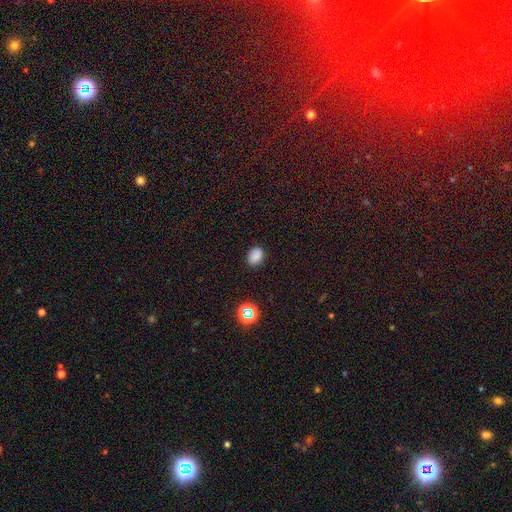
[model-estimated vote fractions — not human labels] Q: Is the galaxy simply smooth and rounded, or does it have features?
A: smooth — 80%.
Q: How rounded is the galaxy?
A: in between — 63%.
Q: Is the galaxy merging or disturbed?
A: none — 83%.